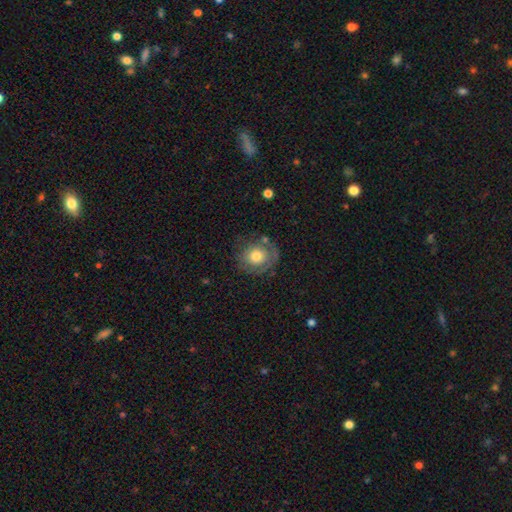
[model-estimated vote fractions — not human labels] Smooth or featured: smooth — 55% (featured or disk — 37%)
How rounded: round — 79% (in between — 20%)
Merging: none — 67% (minor disturbance — 20%)